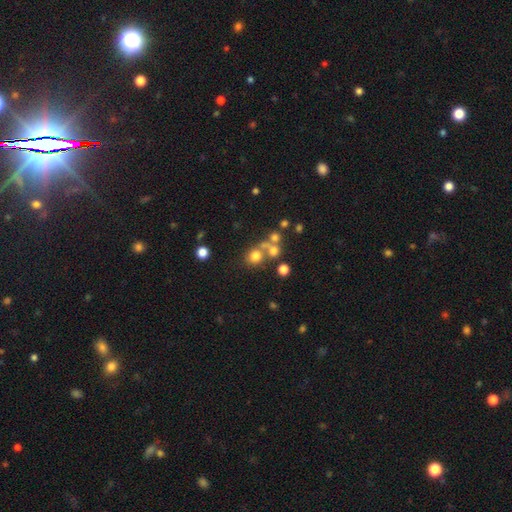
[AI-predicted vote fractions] This appears to be a smooth galaxy with no disk features (68%) that is round (83%). Merging: none (53%).